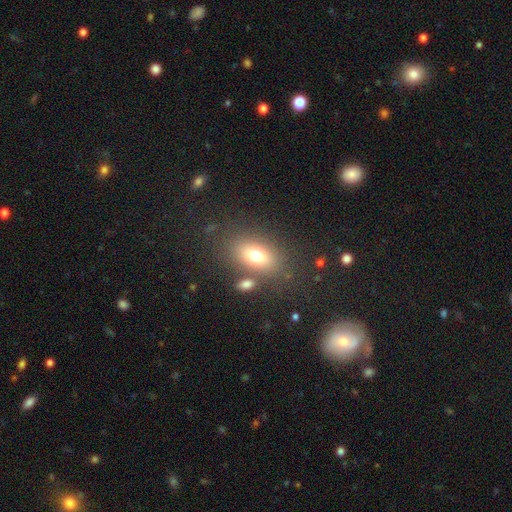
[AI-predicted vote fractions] smooth 73%, featured or disk 16%, star or artifact 12%. Down the decision tree: how rounded — in between (81%); merging — none (73%).